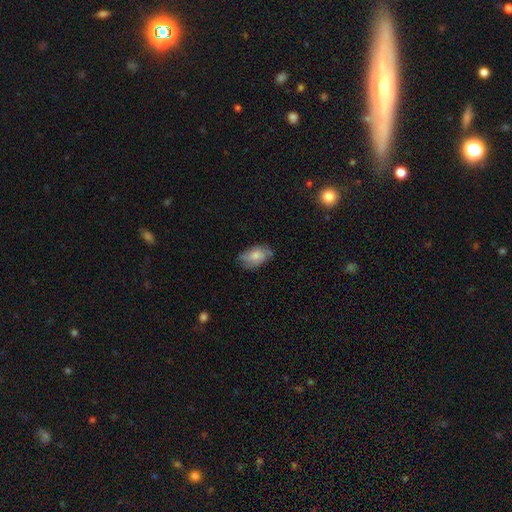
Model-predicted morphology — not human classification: Smooth or featured?
  - smooth: 64% *
  - featured or disk: 28%
  - star or artifact: 7%
How rounded?
  - in between: 91% *
  - round: 6%
  - cigar-shaped: 3%
Merging?
  - none: 64% *
  - minor disturbance: 27%
  - major disturbance: 7%
  - merger: 1%